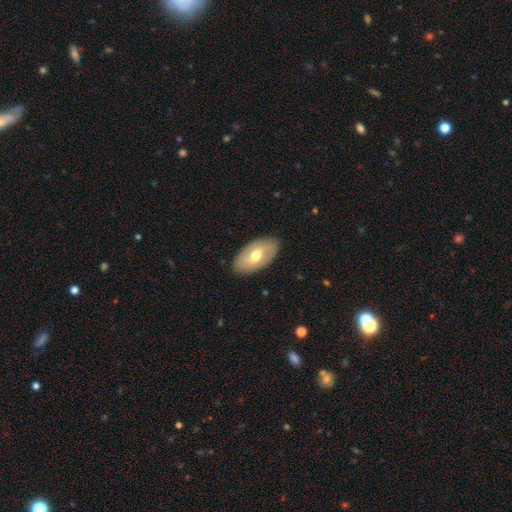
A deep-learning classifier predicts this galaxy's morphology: This is possibly a smooth galaxy (55%). How rounded: clearly in between (94%). Merging: clearly none (86%).